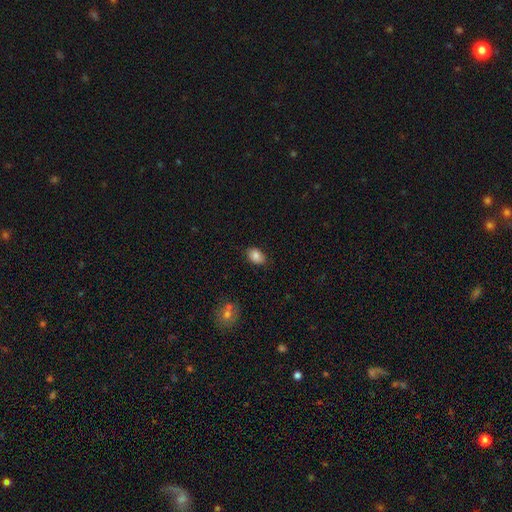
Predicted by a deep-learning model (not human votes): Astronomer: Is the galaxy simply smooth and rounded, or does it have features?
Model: smooth — 83%.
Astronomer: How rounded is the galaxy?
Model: in between — 85%.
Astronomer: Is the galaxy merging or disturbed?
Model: none — 83%.